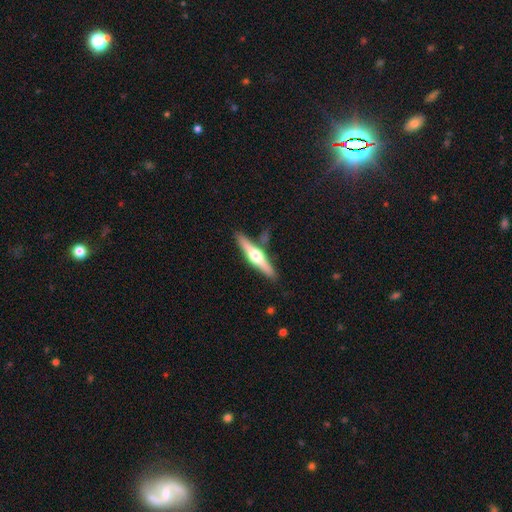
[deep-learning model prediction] The model was most divided on "smooth or featured": featured or disk: 68%, smooth: 27%, star or artifact: 5%. More confident: edge-on disk — yes (97%); edge-on bulge — rounded (95%); merging — none (83%).